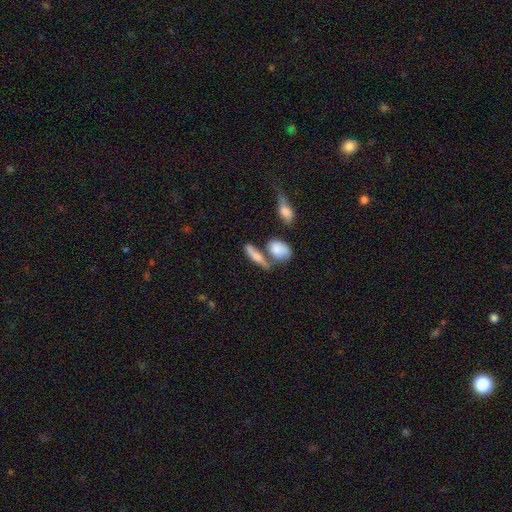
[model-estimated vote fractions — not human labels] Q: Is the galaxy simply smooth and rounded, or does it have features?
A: smooth — 64%.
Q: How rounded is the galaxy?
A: cigar-shaped — 54%.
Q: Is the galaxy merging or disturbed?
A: none — 44%.